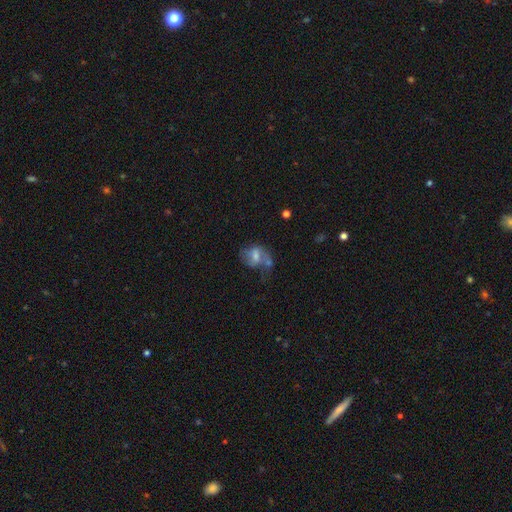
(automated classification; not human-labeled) Q: Smooth or featured?
A: featured or disk (46%); runner-up: smooth (44%)
Q: Merging?
A: none (30%); runner-up: major disturbance (25%)